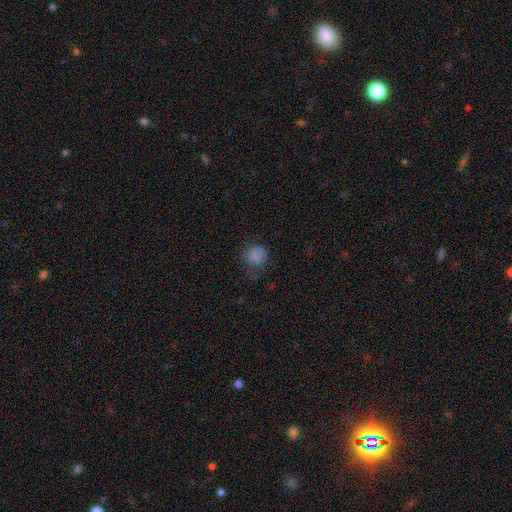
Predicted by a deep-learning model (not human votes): smooth 81%, star or artifact 11%, featured or disk 8%. Down the decision tree: how rounded — round (84%); merging — none (57%).